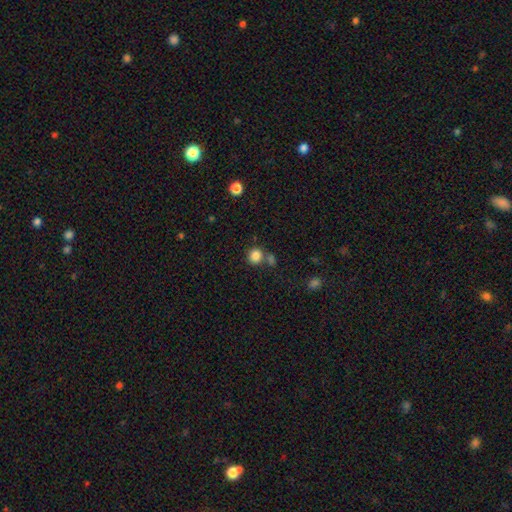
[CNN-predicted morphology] Smooth or featured? Predicted: smooth (p=0.84). How rounded? Predicted: round (p=0.89). Merging? Predicted: none (p=0.68).